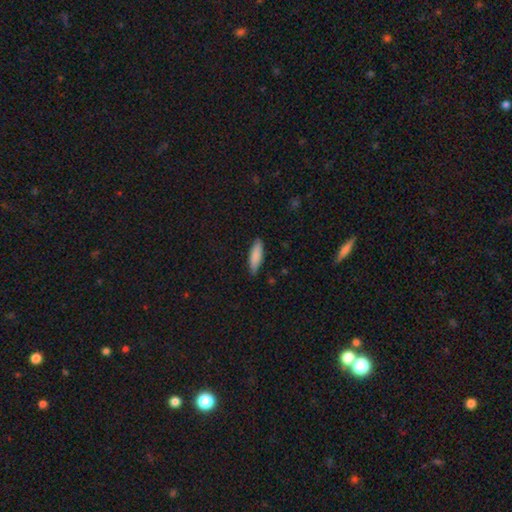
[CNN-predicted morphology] Smooth or featured? Predicted: smooth (p=0.85). How rounded? Predicted: cigar-shaped (p=0.53). Merging? Predicted: none (p=0.80).